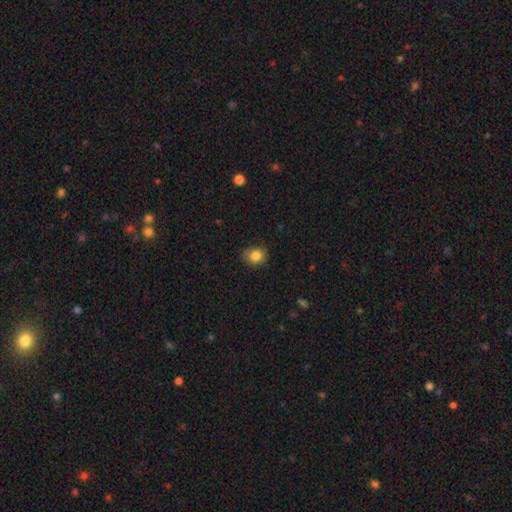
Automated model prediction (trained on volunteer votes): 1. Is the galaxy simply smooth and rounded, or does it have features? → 84% smooth, 10% star or artifact, 6% featured or disk.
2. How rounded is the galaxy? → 65% round, 34% in between, 1% cigar-shaped.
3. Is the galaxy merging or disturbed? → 76% none, 19% minor disturbance, 4% major disturbance, 1% merger.